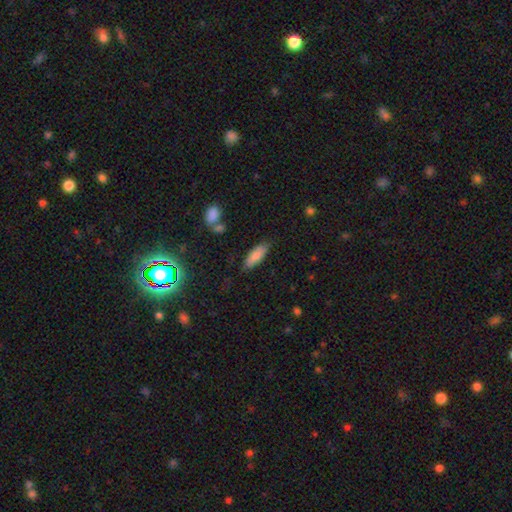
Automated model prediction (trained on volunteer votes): Morphology: type=smooth (82%); roundness=in between (61%); merging=none (78%).